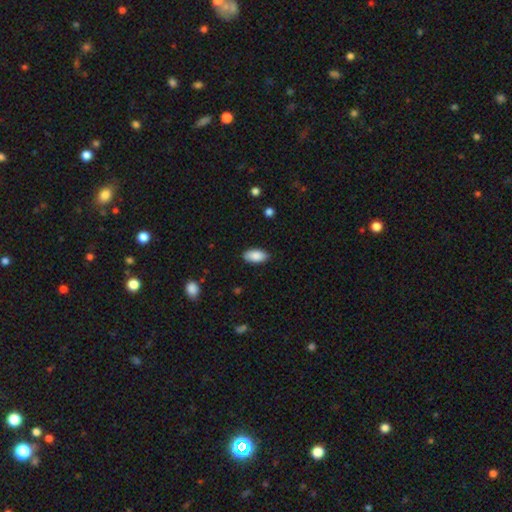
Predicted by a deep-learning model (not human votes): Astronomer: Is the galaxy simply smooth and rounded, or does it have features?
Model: smooth — 88%.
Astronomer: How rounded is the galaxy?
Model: in between — 94%.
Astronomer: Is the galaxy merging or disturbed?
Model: none — 86%.